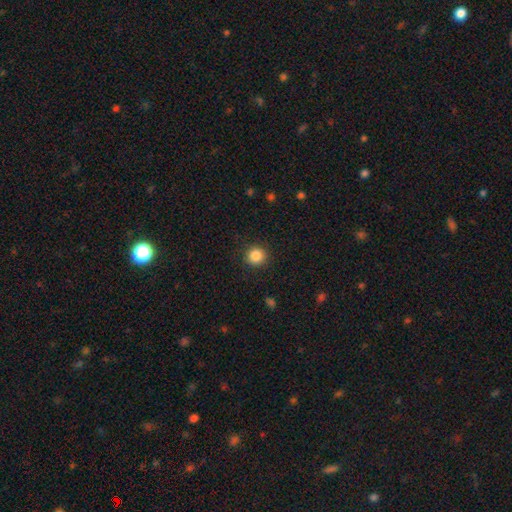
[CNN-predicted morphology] Smooth or featured: smooth — 86% (star or artifact — 10%)
How rounded: round — 93% (in between — 6%)
Merging: none — 91% (minor disturbance — 6%)